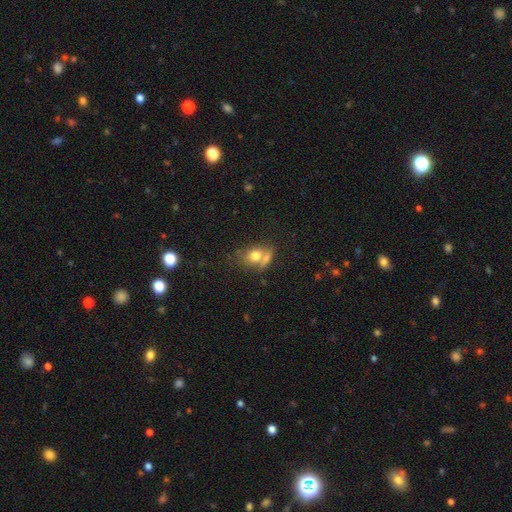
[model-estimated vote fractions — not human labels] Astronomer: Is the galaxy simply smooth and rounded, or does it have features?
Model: smooth — 74%.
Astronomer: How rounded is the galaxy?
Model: in between — 52% (runner-up: round, 45%).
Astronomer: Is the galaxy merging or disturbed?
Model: merger — 41% (runner-up: none, 39%).